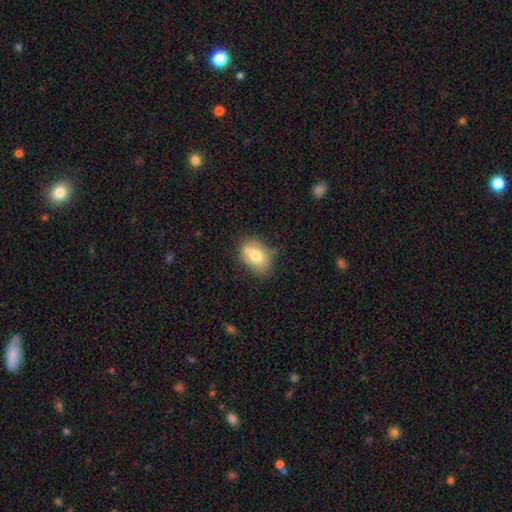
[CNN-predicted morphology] A smooth galaxy with no disk features (69%) that is in between round and cigar-shaped (75%).

Vote fractions:
- Smooth or featured? smooth: 69% / featured or disk: 23% / star or artifact: 9%
- How rounded? in between: 75% / round: 23% / cigar-shaped: 1%
- Merging? none: 53% / minor disturbance: 25% / merger: 16% / major disturbance: 7%